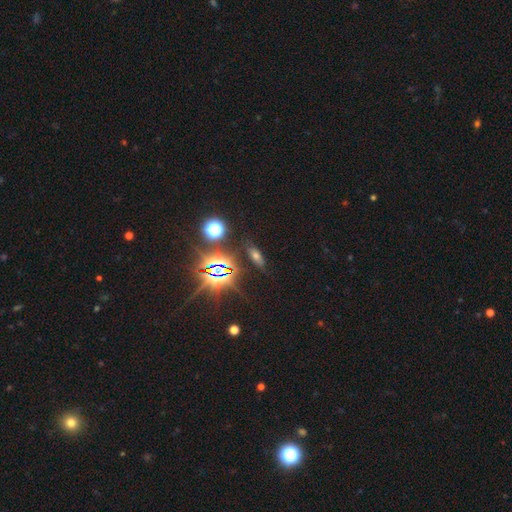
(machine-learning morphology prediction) smooth-or-featured: smooth: 45% | star or artifact: 39% | featured or disk: 16%
  merging: none: 81% | minor disturbance: 11% | major disturbance: 4% | merger: 3%